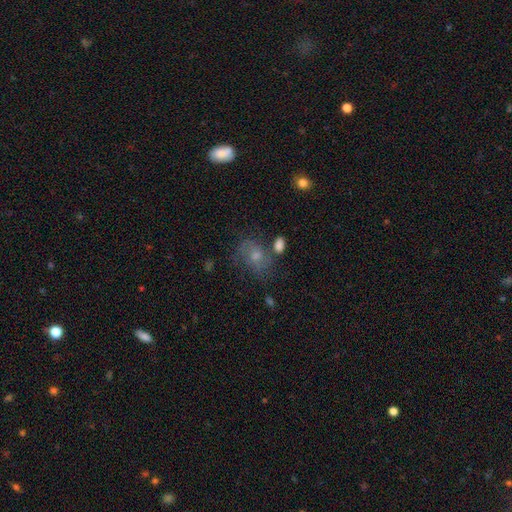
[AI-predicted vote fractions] Q: Smooth or featured?
A: smooth (46%); runner-up: featured or disk (38%)
Q: Merging?
A: none (54%); runner-up: minor disturbance (21%)